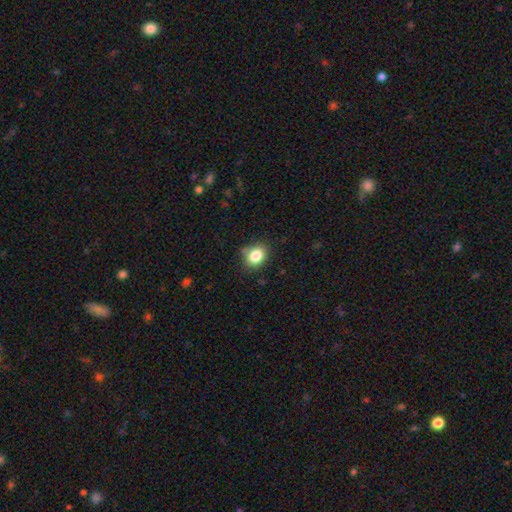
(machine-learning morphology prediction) smooth 83%, star or artifact 11%, featured or disk 6%. Down the decision tree: how rounded — round (54%); merging — none (76%).